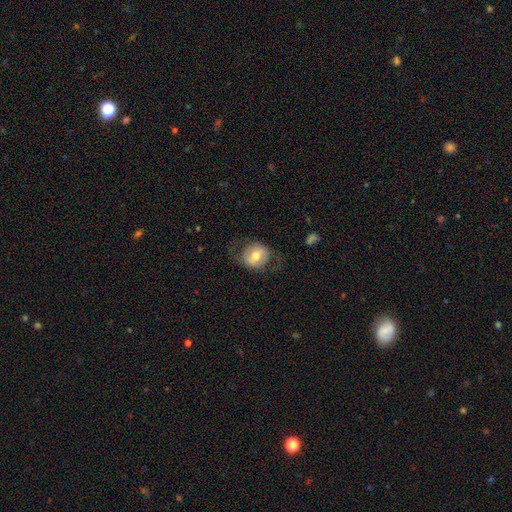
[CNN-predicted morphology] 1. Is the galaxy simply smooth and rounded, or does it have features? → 55% smooth, 37% featured or disk, 7% star or artifact.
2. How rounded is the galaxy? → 72% round, 27% in between, 1% cigar-shaped.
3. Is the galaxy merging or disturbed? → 68% none, 17% minor disturbance, 13% major disturbance, 1% merger.